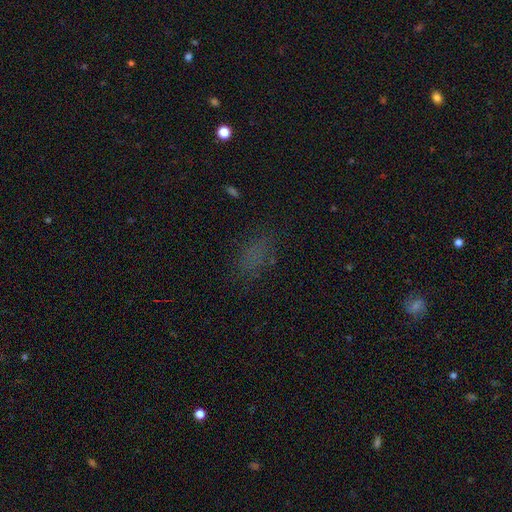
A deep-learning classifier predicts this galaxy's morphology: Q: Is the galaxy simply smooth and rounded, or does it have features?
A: smooth — 63%.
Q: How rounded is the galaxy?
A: in between — 82%.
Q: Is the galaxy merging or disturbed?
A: none — 74%.